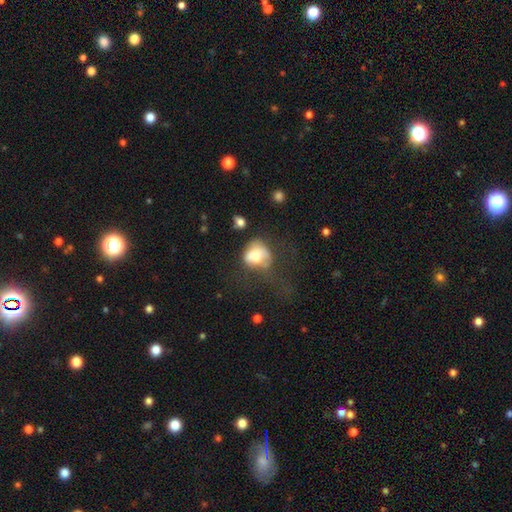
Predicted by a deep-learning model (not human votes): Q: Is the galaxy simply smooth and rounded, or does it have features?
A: smooth — 65%.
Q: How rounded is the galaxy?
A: round — 57%.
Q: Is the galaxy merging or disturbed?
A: major disturbance — 41%.